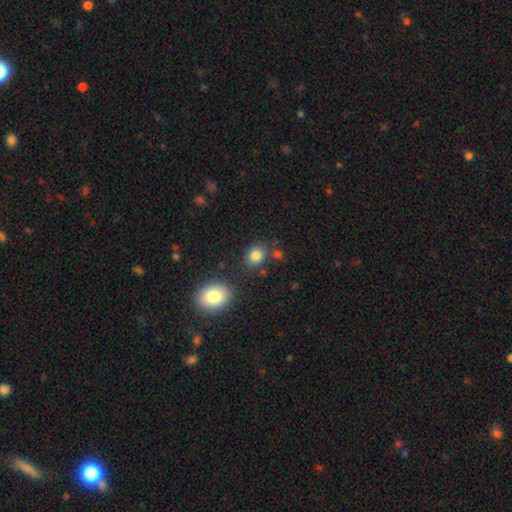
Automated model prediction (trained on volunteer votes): This appears to be a smooth galaxy with no disk features (82%) that is round (61%). Merging: none (78%).